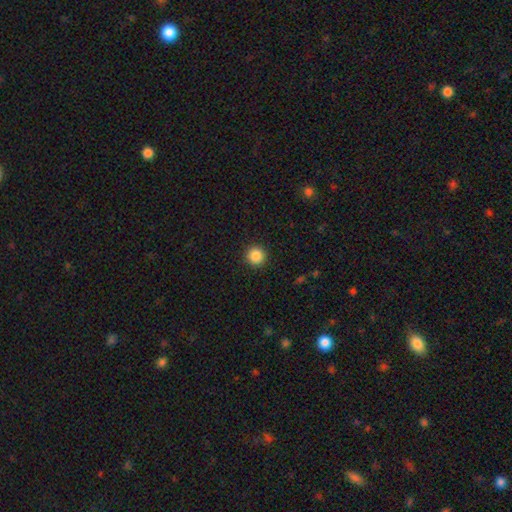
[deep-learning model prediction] Smooth or featured?
  - smooth: 87% *
  - star or artifact: 10%
  - featured or disk: 3%
How rounded?
  - round: 95% *
  - in between: 4%
  - cigar-shaped: 1%
Merging?
  - none: 92% *
  - minor disturbance: 5%
  - major disturbance: 2%
  - merger: 1%